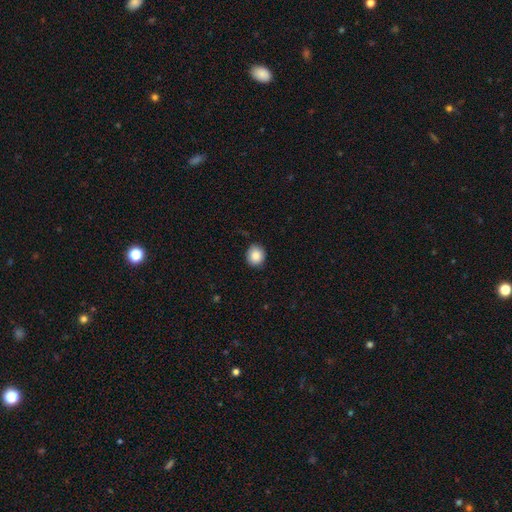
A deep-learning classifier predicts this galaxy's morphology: smooth 87%, star or artifact 9%, featured or disk 4%. Down the decision tree: how rounded — round (81%); merging — none (87%).